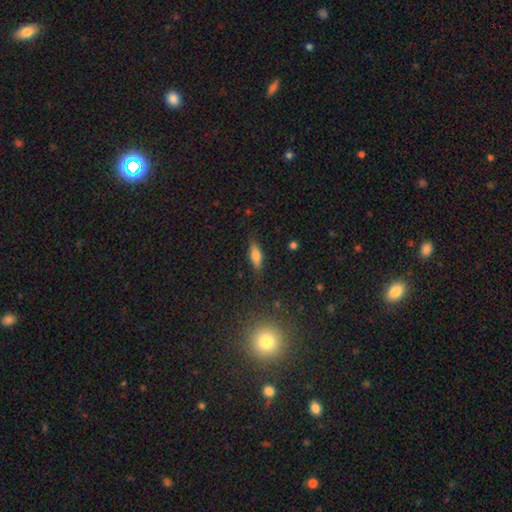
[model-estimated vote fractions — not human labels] Q: Smooth or featured?
A: smooth (70%); runner-up: featured or disk (21%)
Q: How rounded?
A: in between (63%); runner-up: cigar-shaped (34%)
Q: Merging?
A: none (82%); runner-up: minor disturbance (14%)